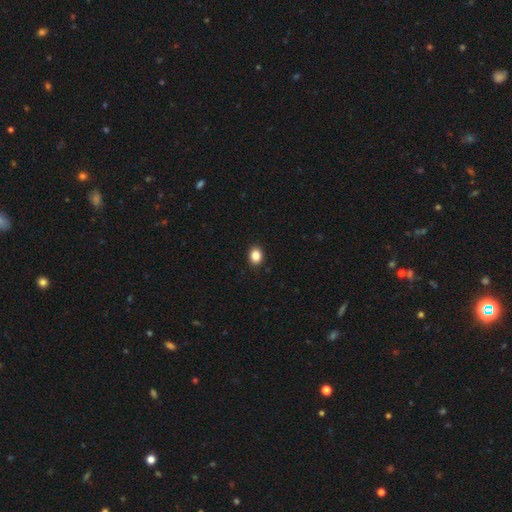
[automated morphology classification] This appears to be a smooth galaxy with no disk features (86%) that is in between round and cigar-shaped (52%). Merging: none (91%).